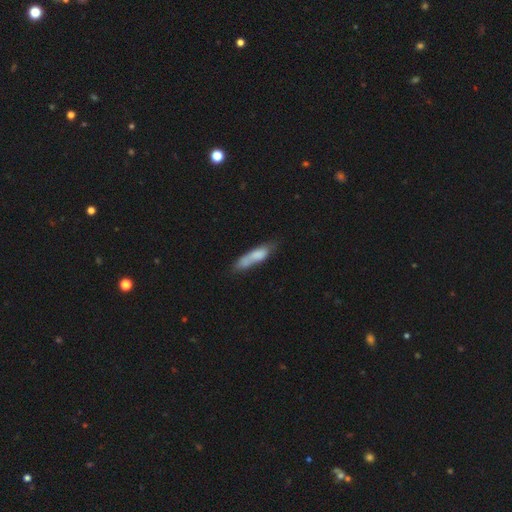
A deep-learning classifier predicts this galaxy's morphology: smooth 73%, featured or disk 20%, star or artifact 7%. Down the decision tree: how rounded — cigar-shaped (68%); merging — none (49%).